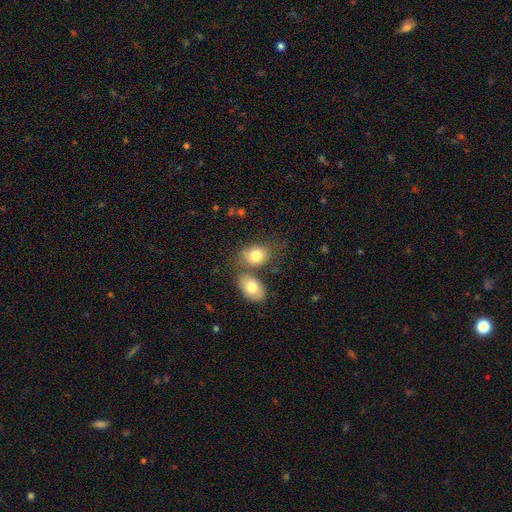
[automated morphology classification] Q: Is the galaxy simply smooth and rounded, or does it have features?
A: smooth — 78%.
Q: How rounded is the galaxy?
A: in between — 69%.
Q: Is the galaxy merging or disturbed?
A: none — 46%.